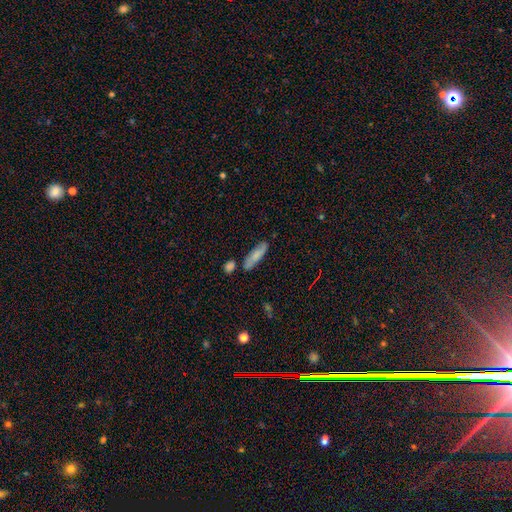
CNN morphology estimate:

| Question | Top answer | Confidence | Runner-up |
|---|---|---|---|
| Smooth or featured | smooth | 66% | featured or disk (26%) |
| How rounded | cigar-shaped | 58% | in between (39%) |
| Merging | none | 68% | minor disturbance (17%) |